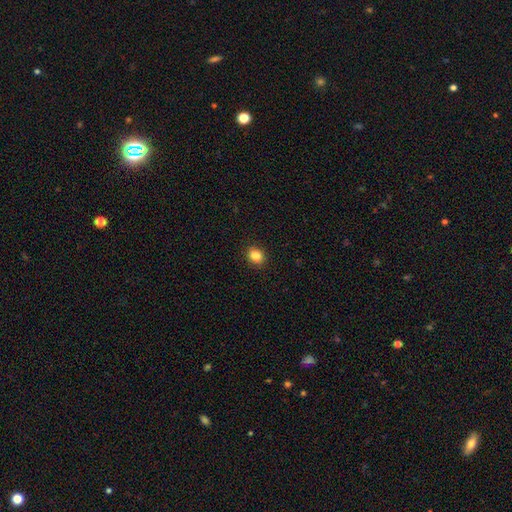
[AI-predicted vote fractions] Q: Smooth or featured?
A: smooth (84%); runner-up: star or artifact (10%)
Q: How rounded?
A: round (66%); runner-up: in between (33%)
Q: Merging?
A: none (91%); runner-up: minor disturbance (7%)